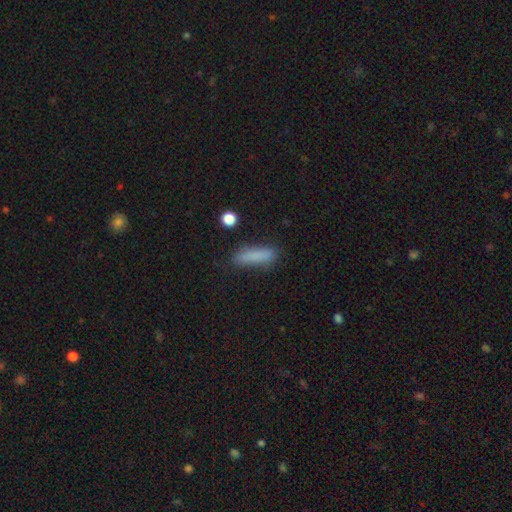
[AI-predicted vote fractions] Smooth or featured: smooth — 83% (featured or disk — 9%)
How rounded: cigar-shaped — 70% (in between — 28%)
Merging: none — 79% (minor disturbance — 15%)